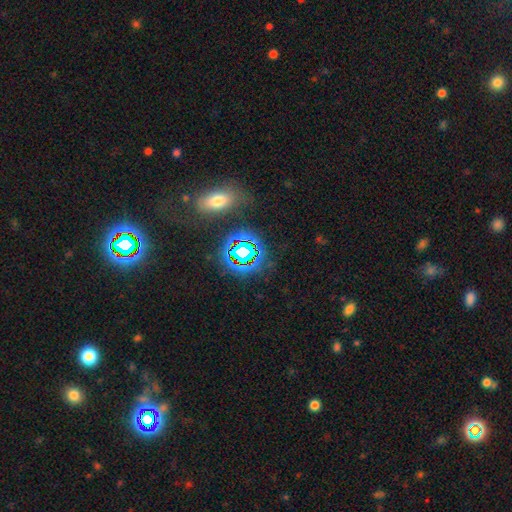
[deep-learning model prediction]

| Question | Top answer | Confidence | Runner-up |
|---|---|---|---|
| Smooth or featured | star or artifact | 57% | smooth (27%) |